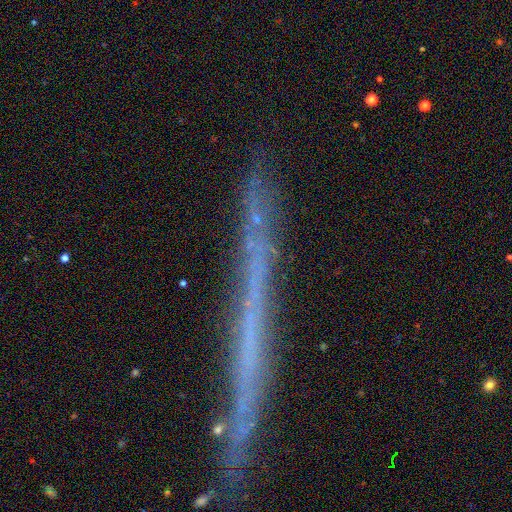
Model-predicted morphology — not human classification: smooth-or-featured: featured or disk: 40% | star or artifact: 36% | smooth: 24%
  merging: none: 82% | minor disturbance: 11% | major disturbance: 4% | merger: 4%